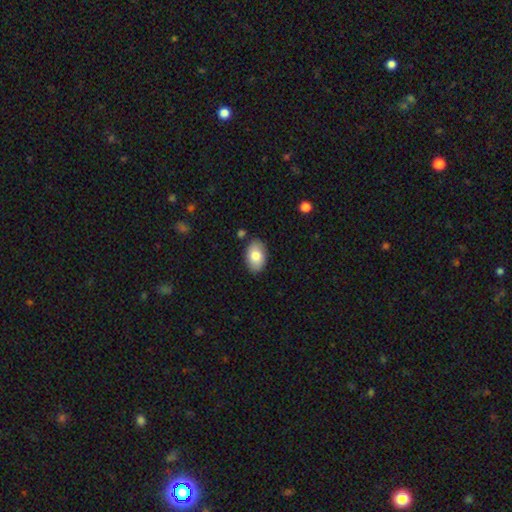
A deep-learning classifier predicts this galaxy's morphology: type=smooth (81%); roundness=in between (90%); merging=none (85%).